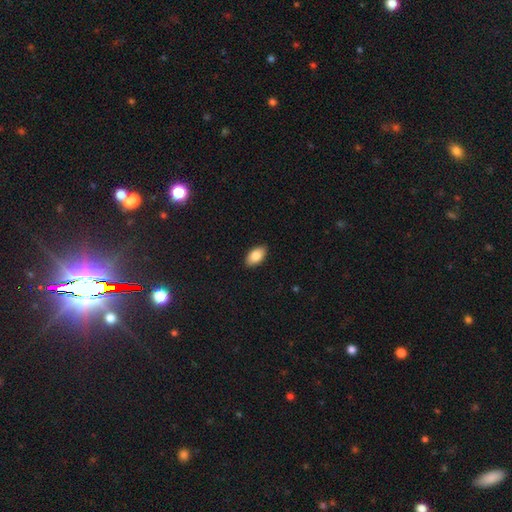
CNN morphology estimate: The model was most divided on "smooth or featured": smooth: 84%, featured or disk: 9%, star or artifact: 7%. More confident: how rounded — in between (94%); merging — none (89%).